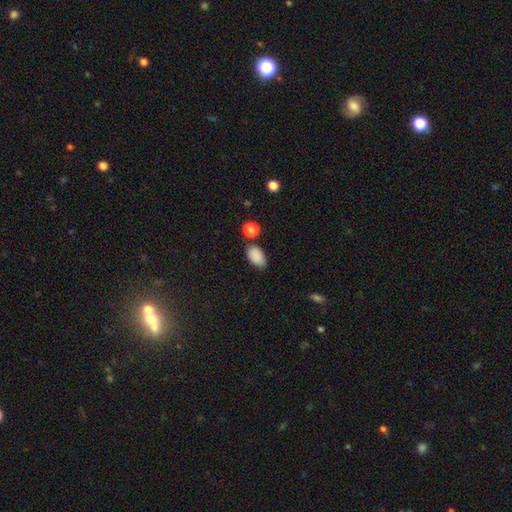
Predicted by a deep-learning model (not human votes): smooth 88%, star or artifact 8%, featured or disk 4%. Down the decision tree: how rounded — in between (92%); merging — none (74%).